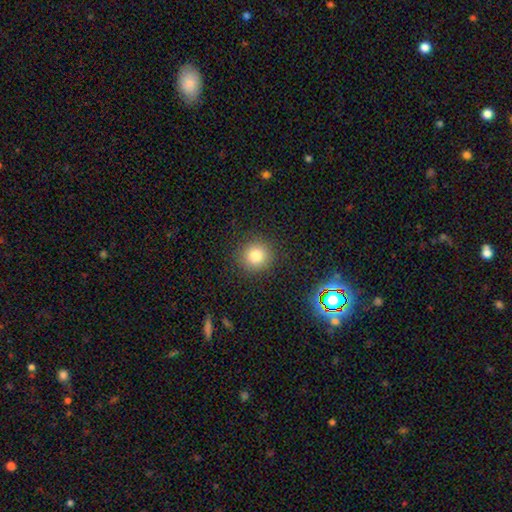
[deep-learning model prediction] Morphology: type=smooth (81%); roundness=round (92%); merging=none (90%).